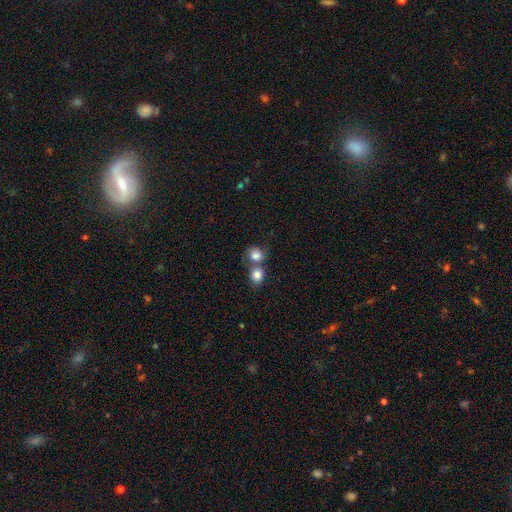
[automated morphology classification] The model was most divided on "merging": merger: 53%, none: 36%, minor disturbance: 8%, major disturbance: 3%. More confident: smooth or featured — smooth (82%); how rounded — round (72%).